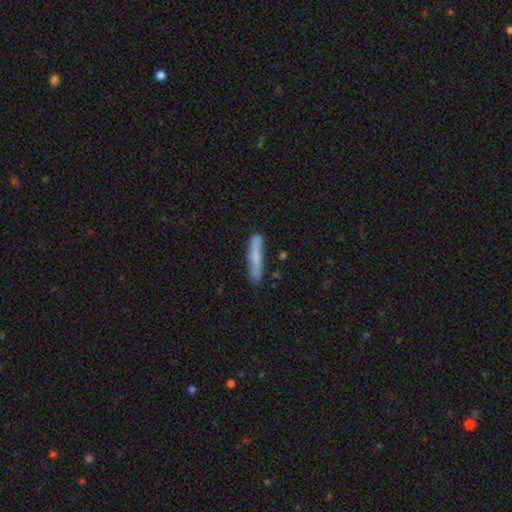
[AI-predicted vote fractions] The model was most divided on "smooth or featured": smooth: 64%, featured or disk: 30%, star or artifact: 6%. More confident: how rounded — cigar-shaped (92%); merging — none (77%).